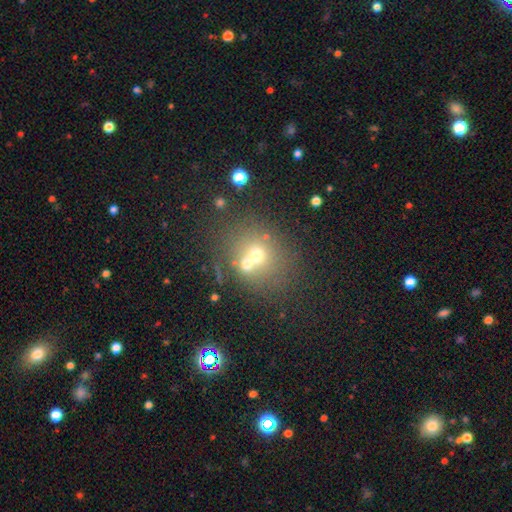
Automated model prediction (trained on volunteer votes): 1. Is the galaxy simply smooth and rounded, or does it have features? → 59% smooth, 21% featured or disk, 20% star or artifact.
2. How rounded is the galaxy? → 73% round, 26% in between, 1% cigar-shaped.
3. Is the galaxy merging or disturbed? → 50% none, 36% merger, 9% minor disturbance, 5% major disturbance.